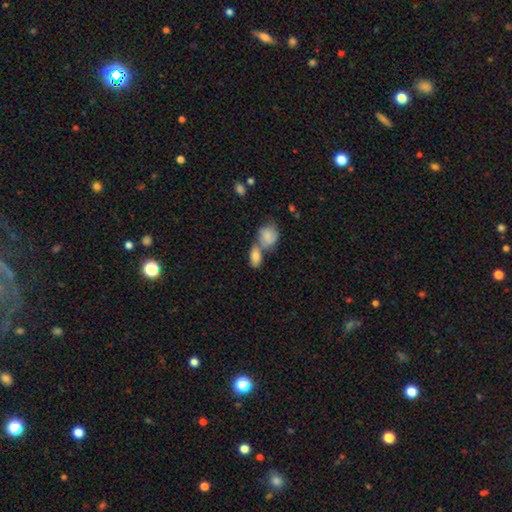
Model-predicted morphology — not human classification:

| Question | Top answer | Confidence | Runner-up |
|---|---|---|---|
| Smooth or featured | smooth | 80% | featured or disk (13%) |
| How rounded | in between | 85% | round (11%) |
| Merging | merger | 59% | none (27%) |